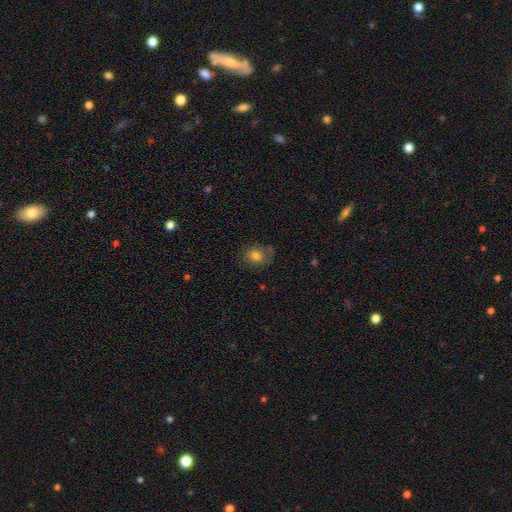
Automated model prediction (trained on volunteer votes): This is likely a smooth galaxy (78%). How rounded: likely round (61%). Merging: likely none (69%).